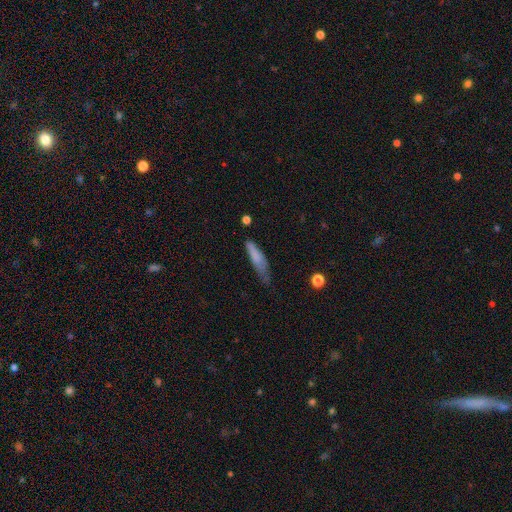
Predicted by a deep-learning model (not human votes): This is likely a smooth galaxy (76%). How rounded: likely cigar-shaped (69%). Merging: marginally minor disturbance (40%).